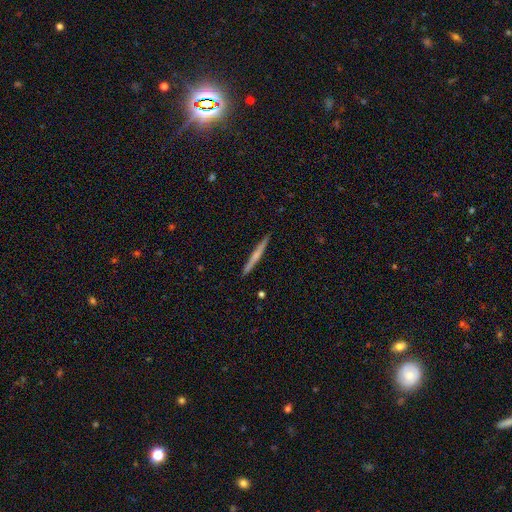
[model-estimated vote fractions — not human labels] A featured or disk galaxy (53%) viewed edge-on (98%) with no central bulge (54%). Merging: none (92%).